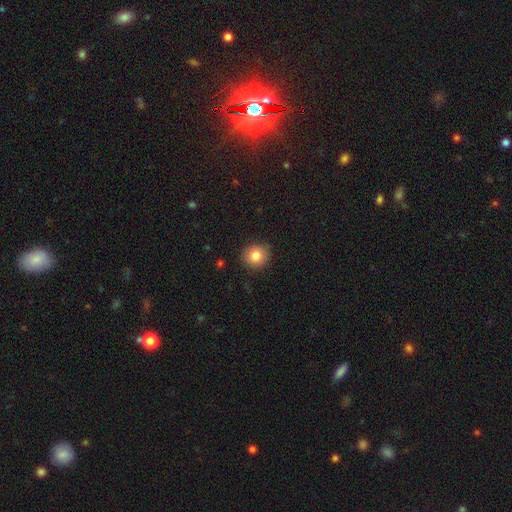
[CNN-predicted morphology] A smooth galaxy with no disk features (82%) that is round (86%).

Vote fractions:
- Smooth or featured? smooth: 82% / star or artifact: 10% / featured or disk: 8%
- How rounded? round: 86% / in between: 13% / cigar-shaped: 1%
- Merging? none: 89% / minor disturbance: 8% / major disturbance: 2% / merger: 1%